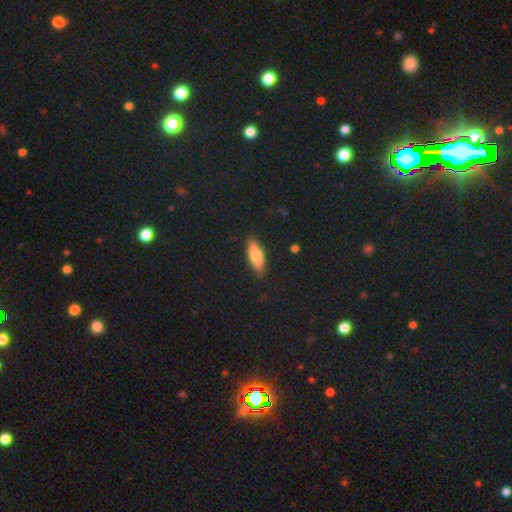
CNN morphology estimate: A smooth galaxy with no disk features (73%) that is in between round and cigar-shaped (69%).

Vote fractions:
- Smooth or featured? smooth: 73% / featured or disk: 21% / star or artifact: 7%
- How rounded? in between: 69% / cigar-shaped: 28% / round: 3%
- Merging? none: 86% / minor disturbance: 10% / major disturbance: 2% / merger: 1%